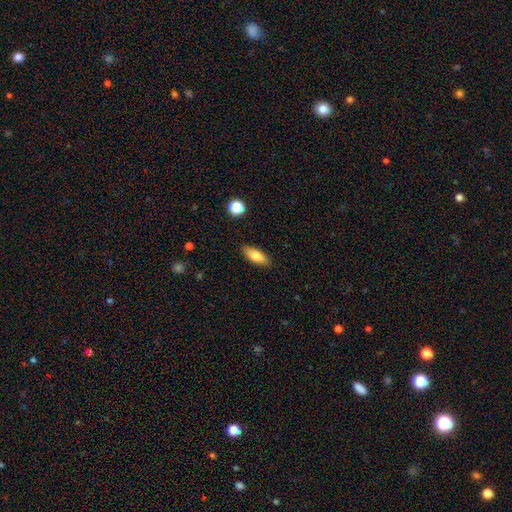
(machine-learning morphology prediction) Smooth or featured?
  - smooth: 76% *
  - featured or disk: 16%
  - star or artifact: 7%
How rounded?
  - in between: 74% *
  - cigar-shaped: 23%
  - round: 3%
Merging?
  - none: 88% *
  - minor disturbance: 9%
  - major disturbance: 2%
  - merger: 1%